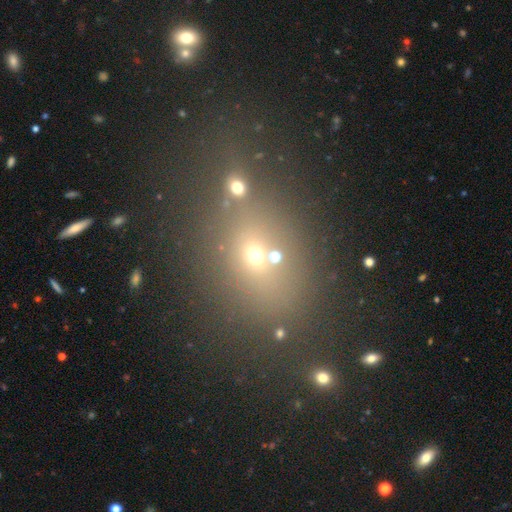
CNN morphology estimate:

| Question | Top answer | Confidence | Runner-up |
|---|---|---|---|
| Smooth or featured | smooth | 49% | star or artifact (35%) |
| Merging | none | 63% | merger (17%) |